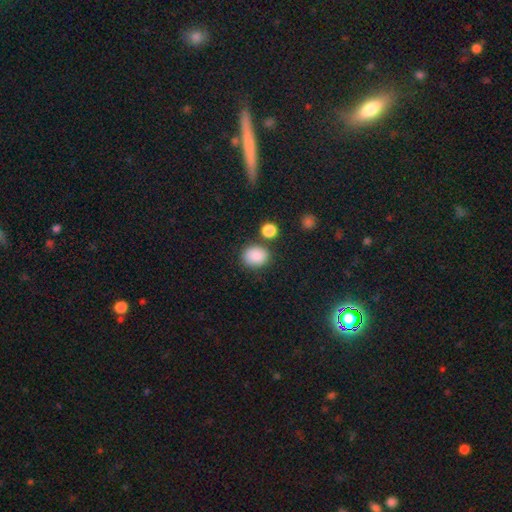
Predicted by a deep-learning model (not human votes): Overall: smooth (87%). How rounded: round (64%; in between 35%). Merging: none (78%).